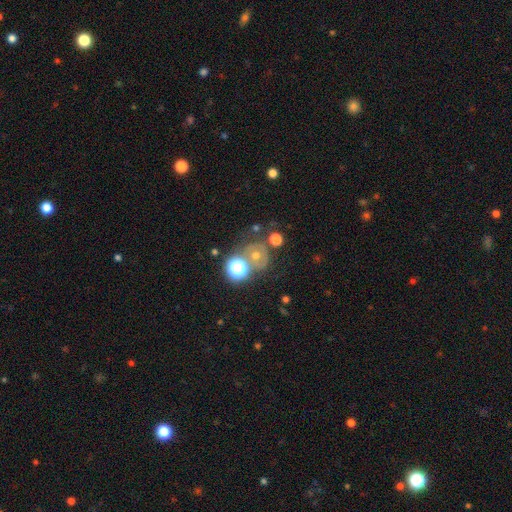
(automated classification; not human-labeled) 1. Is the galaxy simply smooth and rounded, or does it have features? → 39% star or artifact, 31% smooth, 30% featured or disk.